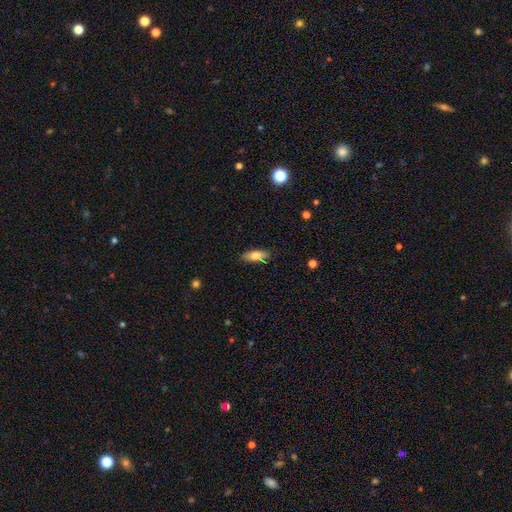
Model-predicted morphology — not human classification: Q: Smooth or featured?
A: smooth (74%); runner-up: featured or disk (18%)
Q: How rounded?
A: in between (67%); runner-up: cigar-shaped (30%)
Q: Merging?
A: none (83%); runner-up: minor disturbance (13%)